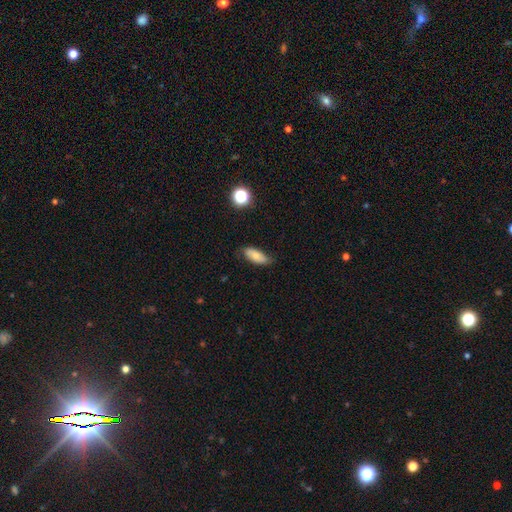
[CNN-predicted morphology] Smooth or featured?
  - smooth: 73% *
  - featured or disk: 19%
  - star or artifact: 8%
How rounded?
  - in between: 82% *
  - cigar-shaped: 15%
  - round: 3%
Merging?
  - none: 70% *
  - minor disturbance: 24%
  - major disturbance: 4%
  - merger: 1%